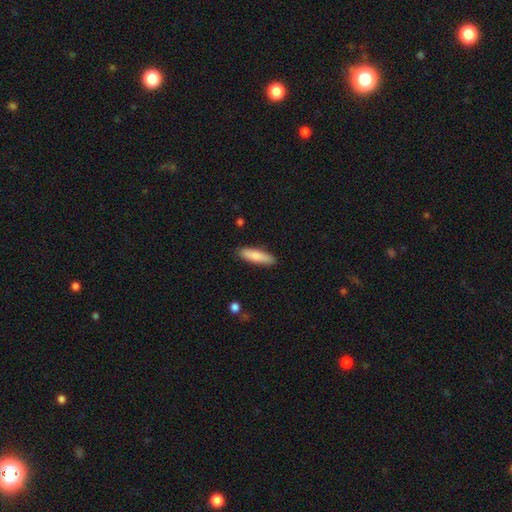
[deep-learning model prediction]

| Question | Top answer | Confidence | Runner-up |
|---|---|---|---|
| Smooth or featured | smooth | 83% | featured or disk (11%) |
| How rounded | cigar-shaped | 67% | in between (32%) |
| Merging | none | 88% | minor disturbance (9%) |